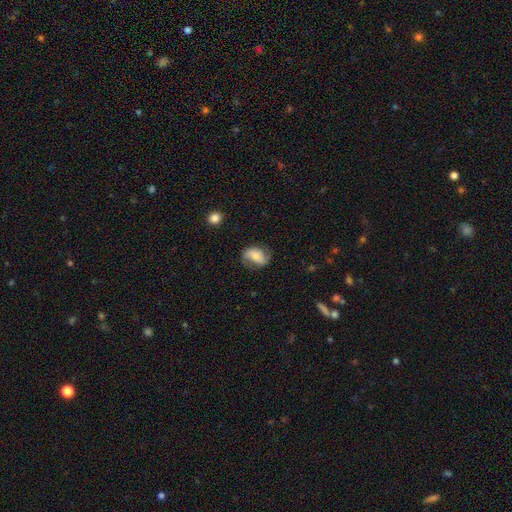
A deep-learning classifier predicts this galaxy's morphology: Smooth or featured? Predicted: featured or disk (p=0.54). Edge-on disk? Predicted: no (p=0.96). Bar? Predicted: no (p=0.49). Spiral arms? Predicted: yes (p=0.88). Bulge size? Predicted: moderate (p=0.40). Merging? Predicted: none (p=0.65).